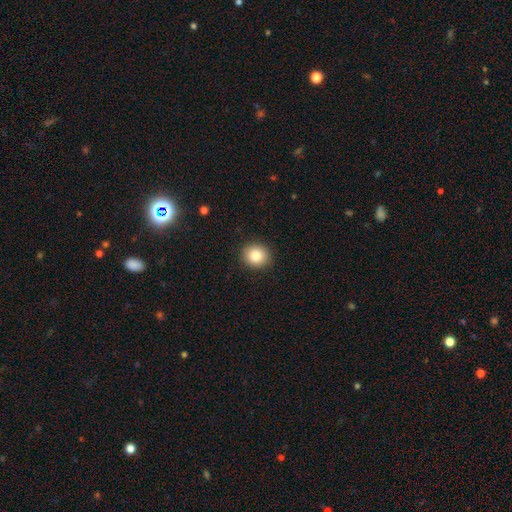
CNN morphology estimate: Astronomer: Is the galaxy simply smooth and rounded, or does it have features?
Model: smooth — 86%.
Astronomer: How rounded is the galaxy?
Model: round — 83%.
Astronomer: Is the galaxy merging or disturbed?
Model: none — 91%.